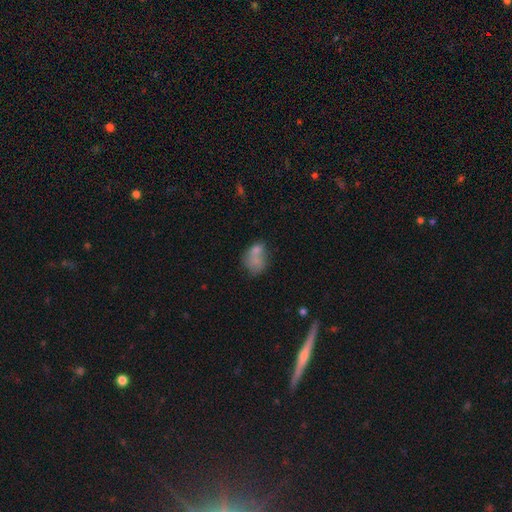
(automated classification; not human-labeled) Q: Smooth or featured?
A: smooth (69%); runner-up: featured or disk (20%)
Q: How rounded?
A: in between (62%); runner-up: round (36%)
Q: Merging?
A: merger (49%); runner-up: none (28%)